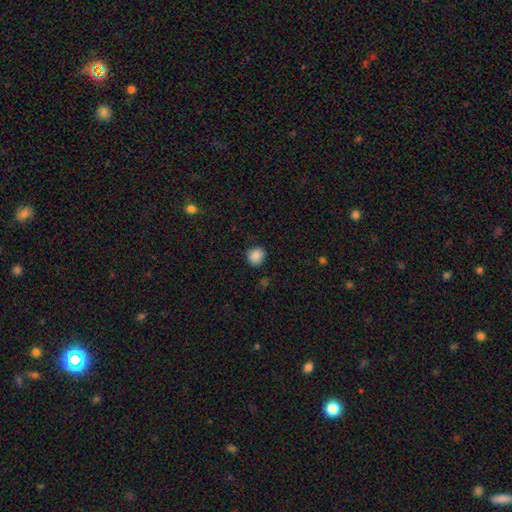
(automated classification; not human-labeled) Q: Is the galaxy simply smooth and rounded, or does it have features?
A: smooth — 87%.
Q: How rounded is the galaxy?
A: round — 83%.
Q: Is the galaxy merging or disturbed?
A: none — 84%.